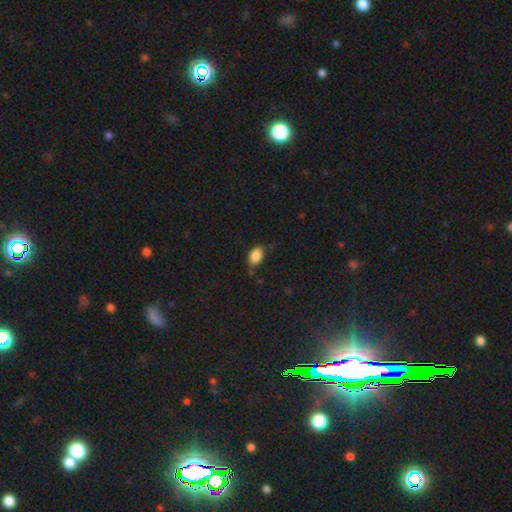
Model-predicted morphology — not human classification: Smooth or featured? Predicted: smooth (p=0.87). How rounded? Predicted: in between (p=0.91). Merging? Predicted: none (p=0.79).